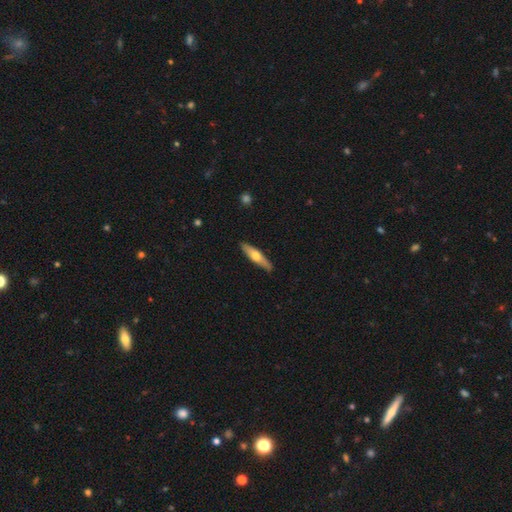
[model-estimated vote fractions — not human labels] The model was most divided on "smooth or featured": smooth: 51%, featured or disk: 44%, star or artifact: 5%. More confident: merging — none (89%); how rounded — cigar-shaped (76%).